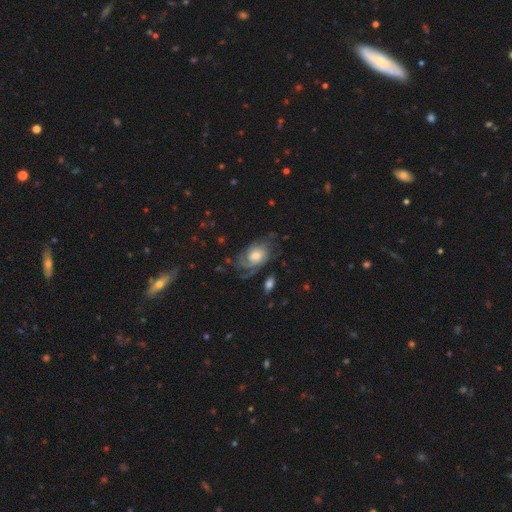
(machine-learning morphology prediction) A featured or disk galaxy (79%) with no bar (70%), 2 (30%, tied with can't tell) tight (53%) spiral arms (94%) and a moderate central bulge (58%).

Vote fractions:
- Smooth or featured? featured or disk: 79% / smooth: 15% / star or artifact: 6%
- Edge-on disk? no: 96% / yes: 4%
- Bar? no: 70% / weak: 26% / strong: 4%
- Spiral arms? yes: 94% / no: 6%
- Spiral winding? tight: 53% / medium: 34% / loose: 13%
- Spiral arm count? 2: 30% (tied) / can't tell: 30% (tied) / 3: 20% / 1: 8% / 4: 7% / more than 4: 5%
- Bulge size? moderate: 58% / small: 25% / large: 13% / none: 3% / dominant: 2%
- Merging? none: 61% / minor disturbance: 21% / major disturbance: 16% / merger: 3%